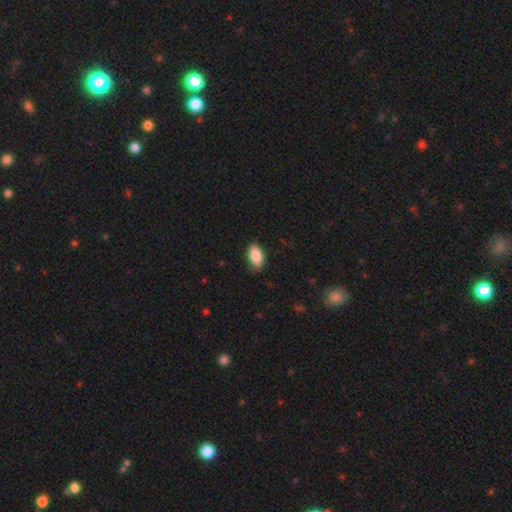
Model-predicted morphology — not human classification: This is clearly a smooth galaxy (87%). How rounded: clearly in between (93%). Merging: clearly none (82%).